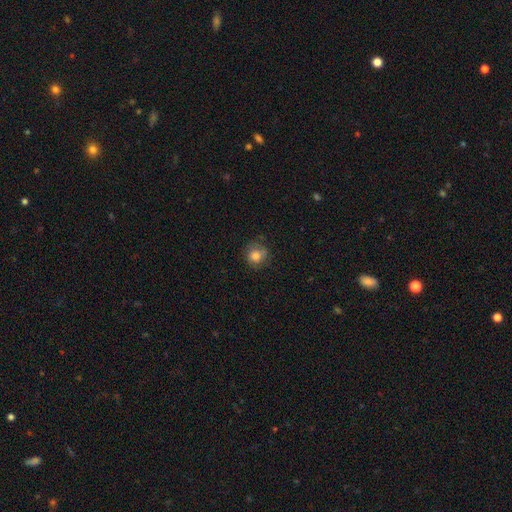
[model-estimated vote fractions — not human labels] smooth_or_featured: smooth (p=0.72) [alt: featured or disk p=0.18]
how_rounded: round (p=0.85) [alt: in between p=0.14]
merging: none (p=0.70) [alt: minor disturbance p=0.21]